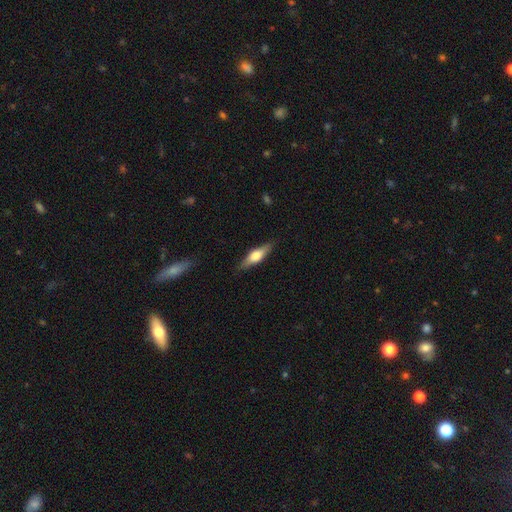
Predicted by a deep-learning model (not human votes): smooth-or-featured: featured or disk: 49% | smooth: 45% | star or artifact: 6%
  merging: none: 85% | minor disturbance: 11% | major disturbance: 2% | merger: 1%